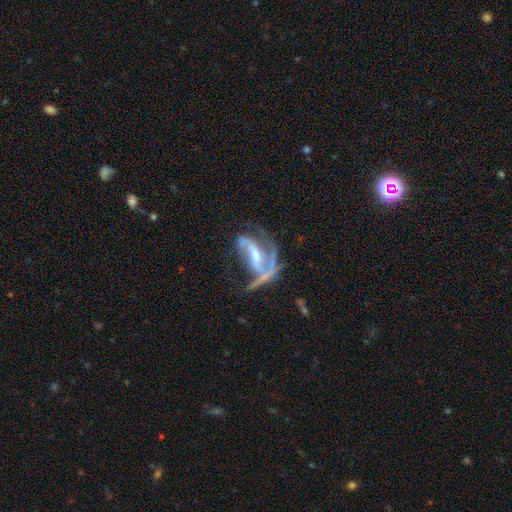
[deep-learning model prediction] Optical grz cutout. It shows a featured or disk galaxy (83%) with a strong bar (39%), 2 (53%) medium (41%) spiral arms (86%) and a moderate central bulge (43%). Merging: major disturbance (43%).